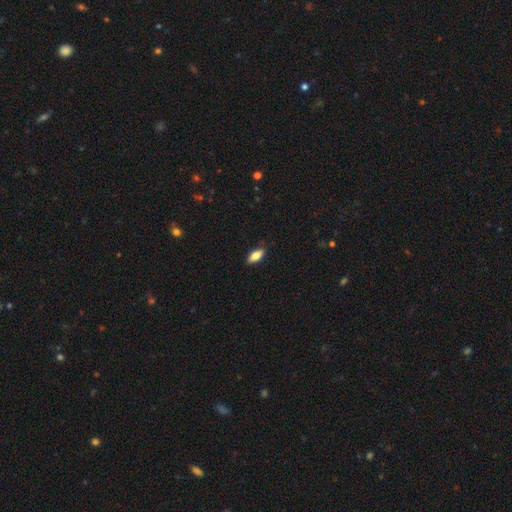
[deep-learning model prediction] Morphology: type=smooth (73%); roundness=in between (74%); merging=none (85%).